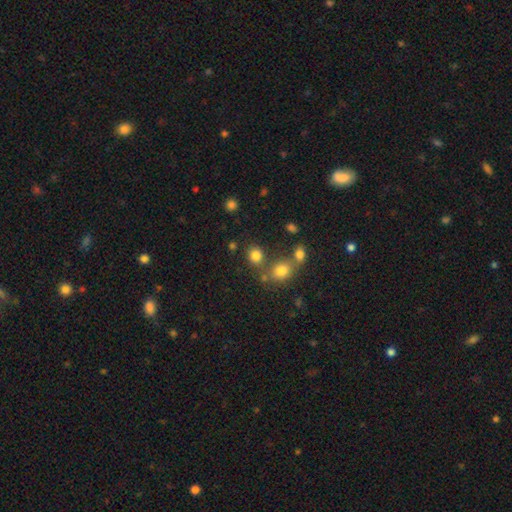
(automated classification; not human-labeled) The model was most divided on "merging": none: 66%, merger: 20%, minor disturbance: 10%, major disturbance: 5%. More confident: smooth or featured — smooth (80%); how rounded — round (77%).